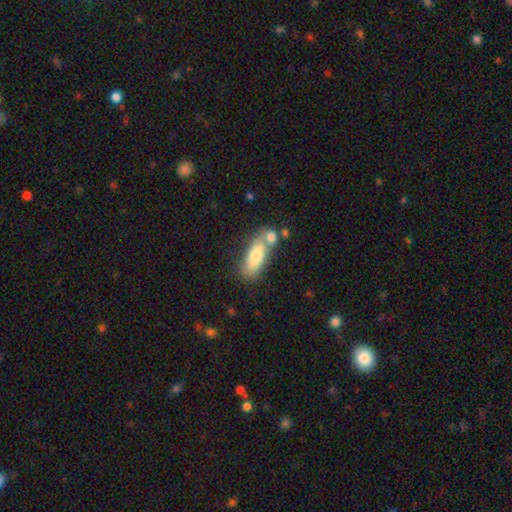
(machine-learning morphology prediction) smooth-or-featured: smooth: 79% | featured or disk: 14% | star or artifact: 6%
  how-rounded: in between: 69% | cigar-shaped: 28% | round: 3%
  merging: none: 50% | merger: 29% | minor disturbance: 15% | major disturbance: 5%